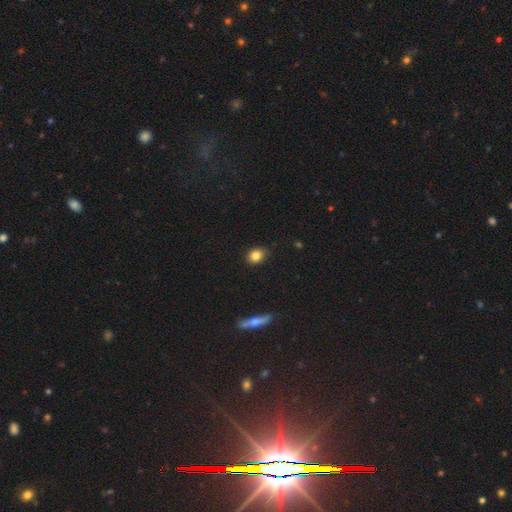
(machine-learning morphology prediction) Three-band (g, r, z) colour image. It shows a smooth galaxy with no disk features (83%) that is round (57%). Merging: none (81%).